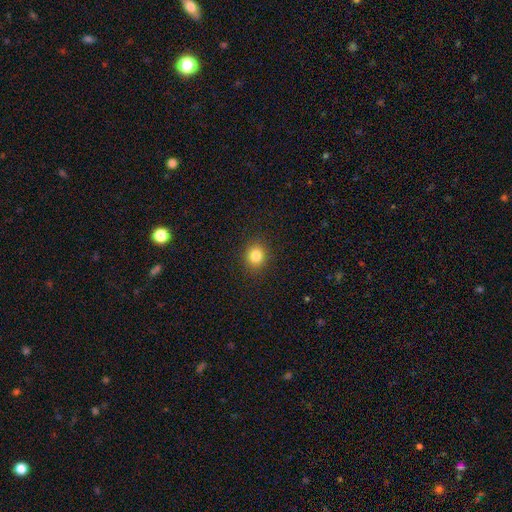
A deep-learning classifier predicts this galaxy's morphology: A smooth galaxy with no disk features (83%) that is round (76%). Merging: none (90%).